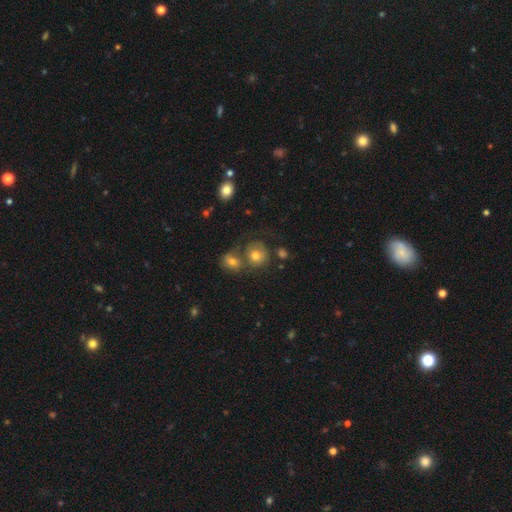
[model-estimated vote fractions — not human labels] Smooth or featured: smooth — 65% (featured or disk — 21%)
How rounded: round — 83% (in between — 16%)
Merging: none — 52% (merger — 29%)